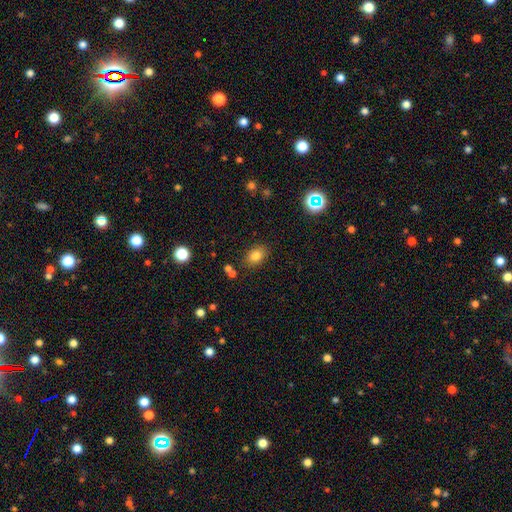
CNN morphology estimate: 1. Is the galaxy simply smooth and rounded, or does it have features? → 81% smooth, 11% star or artifact, 8% featured or disk.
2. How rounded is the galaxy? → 75% in between, 24% round, 1% cigar-shaped.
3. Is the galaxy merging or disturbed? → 81% none, 12% minor disturbance, 5% merger, 3% major disturbance.